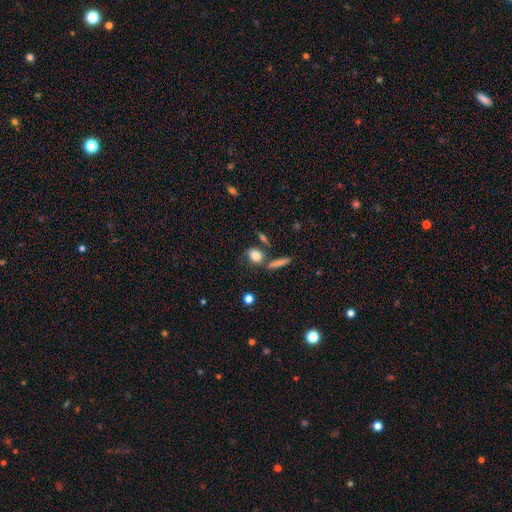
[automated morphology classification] The model was most divided on "how rounded": in between: 54%, round: 39%, cigar-shaped: 7%. More confident: smooth or featured — smooth (82%); merging — none (68%).